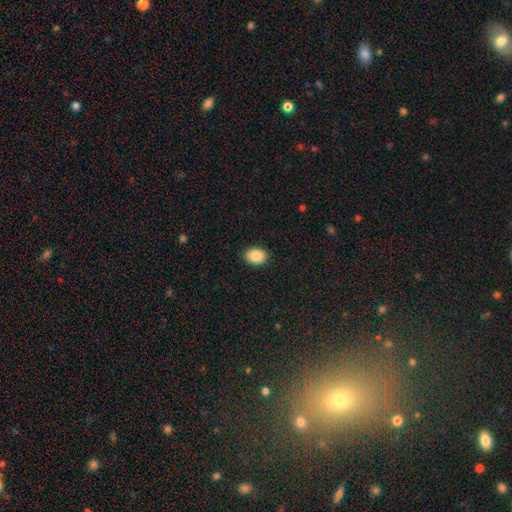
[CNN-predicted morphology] Smooth or featured? Predicted: smooth (p=0.88). How rounded? Predicted: in between (p=0.74). Merging? Predicted: none (p=0.90).